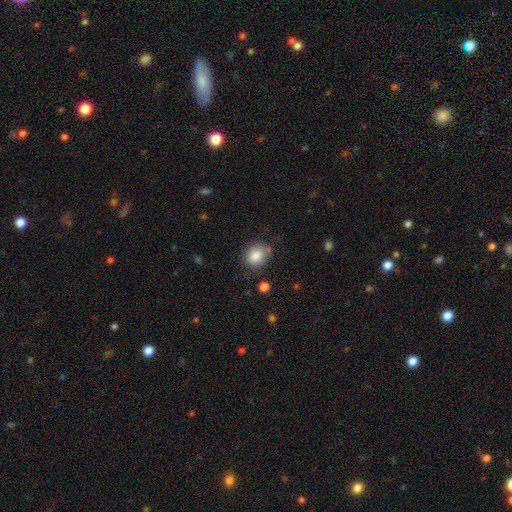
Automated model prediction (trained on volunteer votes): Smooth or featured? smooth (85%)
How rounded? round (64%)
Merging? none (75%)